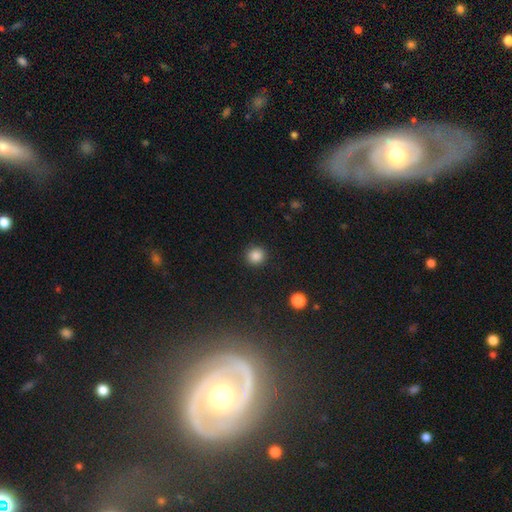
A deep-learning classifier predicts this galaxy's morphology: Smooth or featured: smooth — 86% (star or artifact — 11%)
How rounded: round — 93% (in between — 6%)
Merging: none — 91% (minor disturbance — 6%)